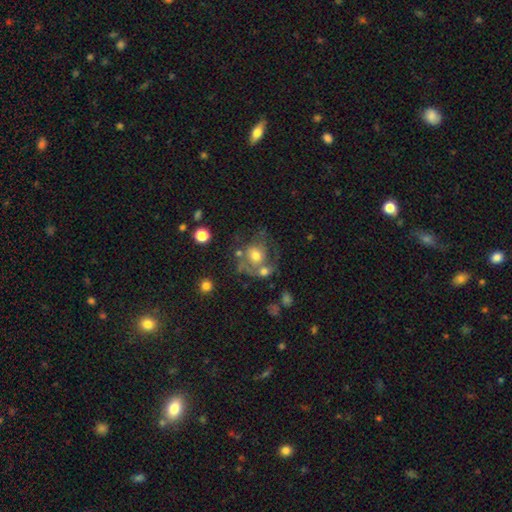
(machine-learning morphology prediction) Q: Smooth or featured?
A: smooth (49%); runner-up: featured or disk (40%)
Q: Merging?
A: none (37%); runner-up: merger (28%)